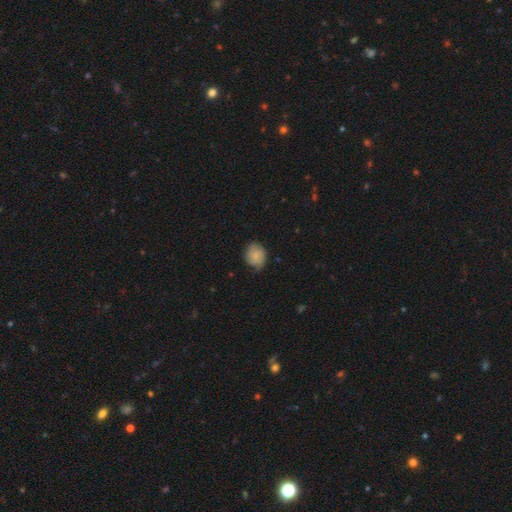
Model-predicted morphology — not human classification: A smooth galaxy with no disk features (72%) that is round (56%).

Vote fractions:
- Smooth or featured? smooth: 72% / featured or disk: 21% / star or artifact: 8%
- How rounded? round: 56% / in between: 43% / cigar-shaped: 1%
- Merging? none: 70% / minor disturbance: 24% / major disturbance: 5% / merger: 1%